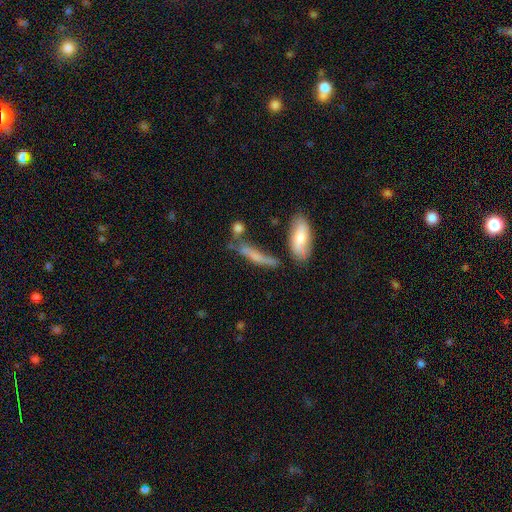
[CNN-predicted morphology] type=smooth (57%); roundness=cigar-shaped (80%); merging=none (57%).